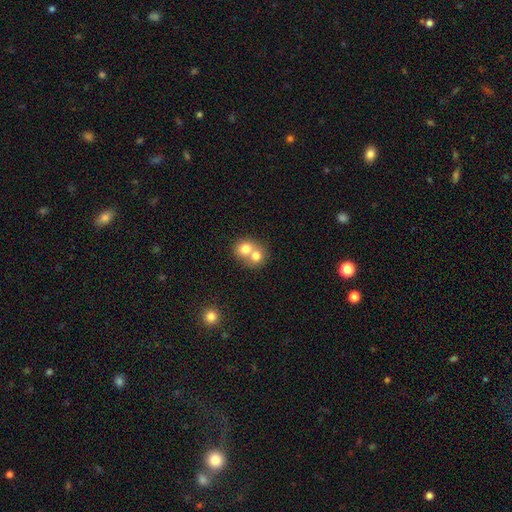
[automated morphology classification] Smooth or featured? Predicted: smooth (p=0.74). How rounded? Predicted: round (p=0.73). Merging? Predicted: merger (p=0.71).